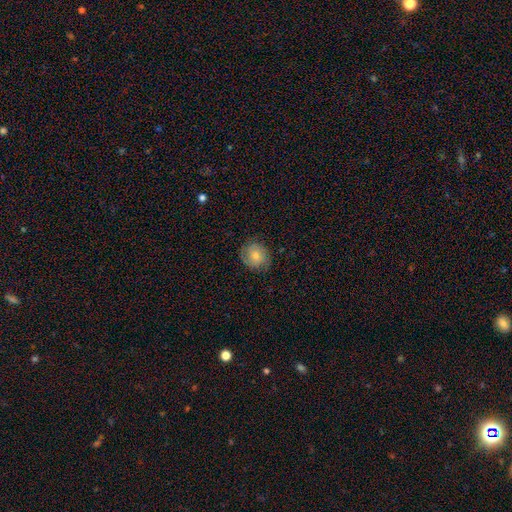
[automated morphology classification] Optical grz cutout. It shows a smooth galaxy with no disk features (57%) that is round (74%). Merging: none (76%).